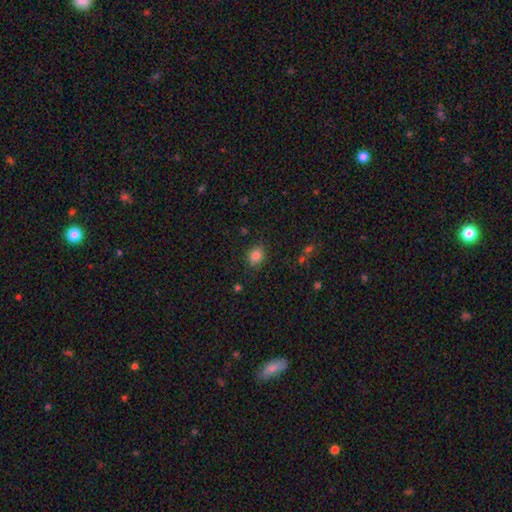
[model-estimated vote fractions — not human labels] The model was most divided on "how rounded": round: 56%, in between: 43%, cigar-shaped: 1%. More confident: smooth or featured — smooth (84%); merging — none (81%).